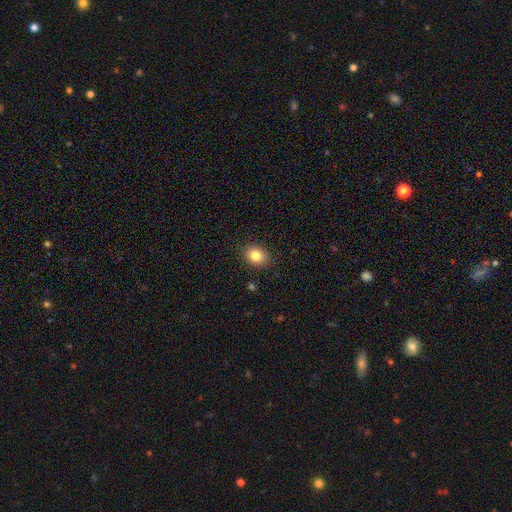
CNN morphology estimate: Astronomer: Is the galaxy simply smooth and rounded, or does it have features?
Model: smooth — 83%.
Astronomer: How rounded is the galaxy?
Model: in between — 51% (runner-up: round, 48%).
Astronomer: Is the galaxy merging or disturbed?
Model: none — 88%.